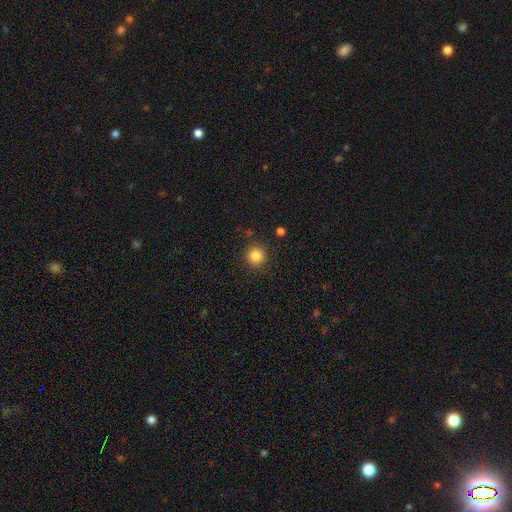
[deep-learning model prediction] Smooth or featured? smooth (83%)
How rounded? round (95%)
Merging? none (90%)